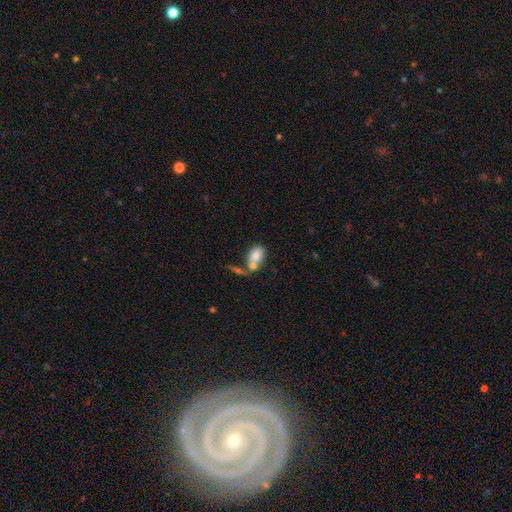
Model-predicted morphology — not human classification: smooth_or_featured: smooth (p=0.78) [alt: featured or disk p=0.14]
how_rounded: in between (p=0.87) [alt: round p=0.11]
merging: merger (p=0.52) [alt: none p=0.29]